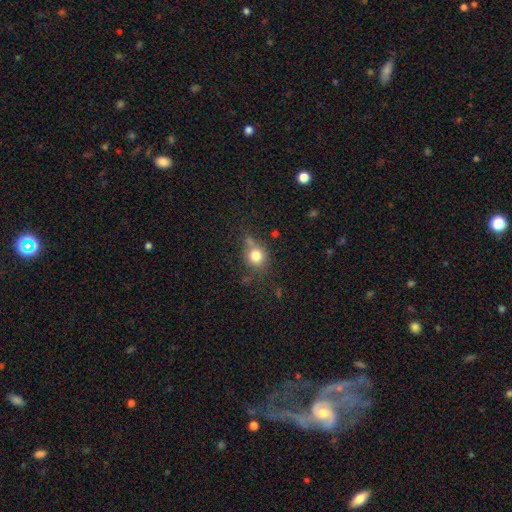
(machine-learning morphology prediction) A smooth galaxy with no disk features (79%) that is round (78%). Merging: none (61%).